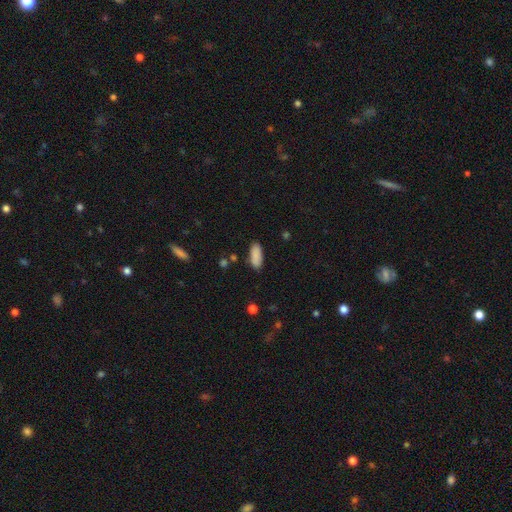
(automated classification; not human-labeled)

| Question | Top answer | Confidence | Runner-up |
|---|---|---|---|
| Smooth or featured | smooth | 89% | star or artifact (7%) |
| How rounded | in between | 79% | cigar-shaped (19%) |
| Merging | none | 85% | minor disturbance (11%) |